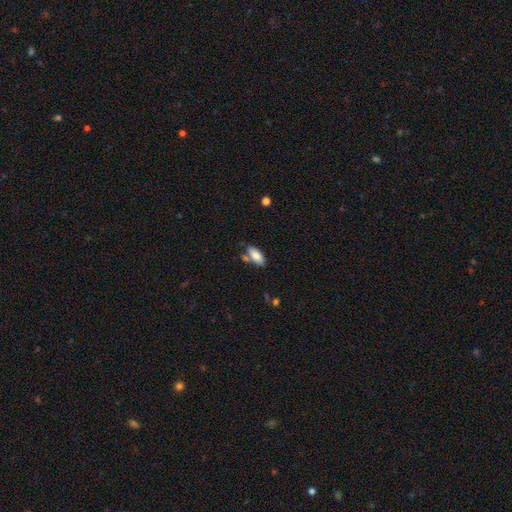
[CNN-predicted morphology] A smooth galaxy with no disk features (82%) that is in between round and cigar-shaped (86%).

Vote fractions:
- Smooth or featured? smooth: 82% / featured or disk: 11% / star or artifact: 7%
- How rounded? in between: 86% / cigar-shaped: 12% / round: 2%
- Merging? none: 63% / minor disturbance: 18% / merger: 14% / major disturbance: 5%